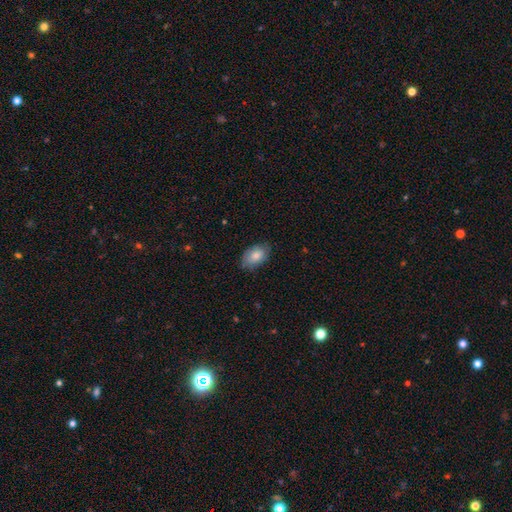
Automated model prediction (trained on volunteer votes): Smooth or featured? smooth (82%)
How rounded? in between (92%)
Merging? none (78%)